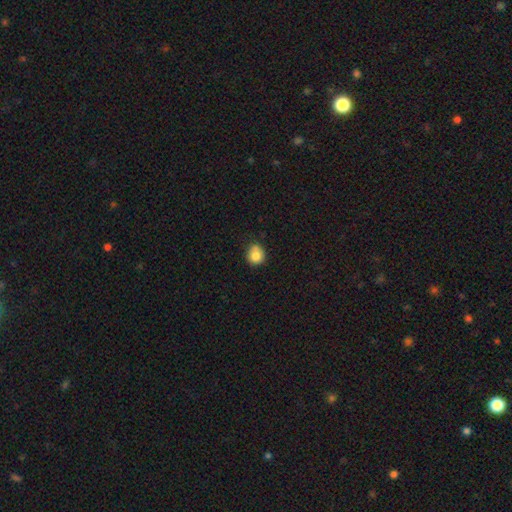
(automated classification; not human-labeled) smooth-or-featured: smooth: 83% | star or artifact: 10% | featured or disk: 8%
  how-rounded: round: 83% | in between: 16% | cigar-shaped: 1%
  merging: none: 64% | minor disturbance: 23% | merger: 8% | major disturbance: 4%